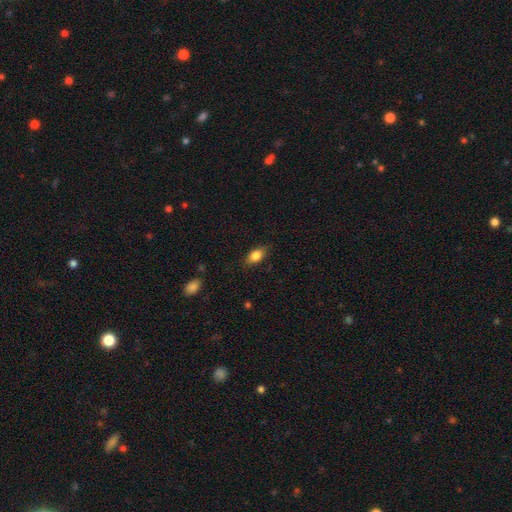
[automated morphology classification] Q: Smooth or featured?
A: smooth (82%); runner-up: featured or disk (10%)
Q: How rounded?
A: in between (85%); runner-up: round (8%)
Q: Merging?
A: none (81%); runner-up: minor disturbance (15%)